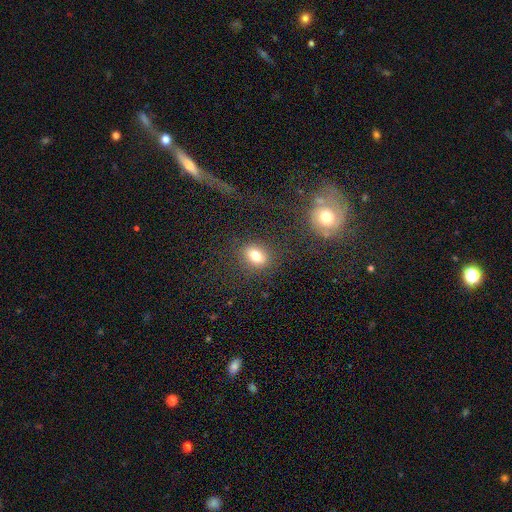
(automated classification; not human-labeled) Smooth or featured? Predicted: smooth (p=0.77). How rounded? Predicted: in between (p=0.64). Merging? Predicted: none (p=0.84).